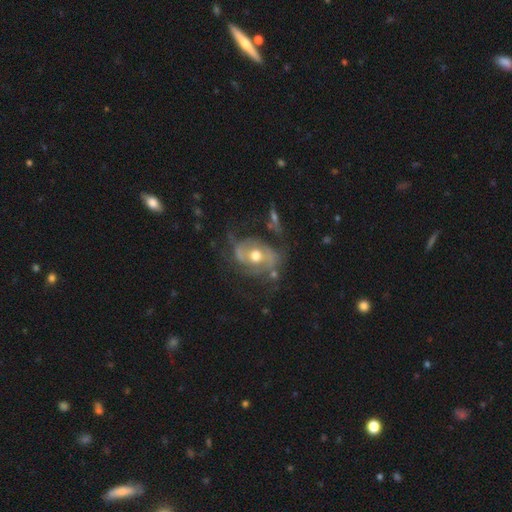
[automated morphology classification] featured or disk 76%, smooth 17%, star or artifact 7%. Down the decision tree: edge-on disk — no (96%); bar — no (64%); spiral arms — yes (76%); spiral arm count — 2 (59%); spiral winding — medium (43%); bulge size — moderate (76%); merging — none (48%).